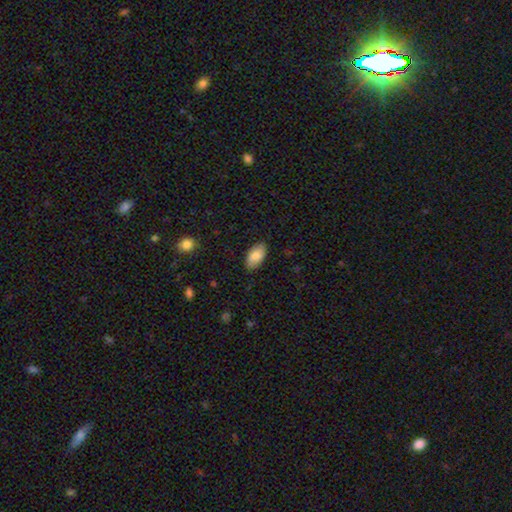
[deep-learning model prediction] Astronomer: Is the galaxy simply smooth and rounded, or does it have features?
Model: smooth — 84%.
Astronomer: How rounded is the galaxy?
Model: in between — 95%.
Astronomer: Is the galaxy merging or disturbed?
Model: none — 85%.